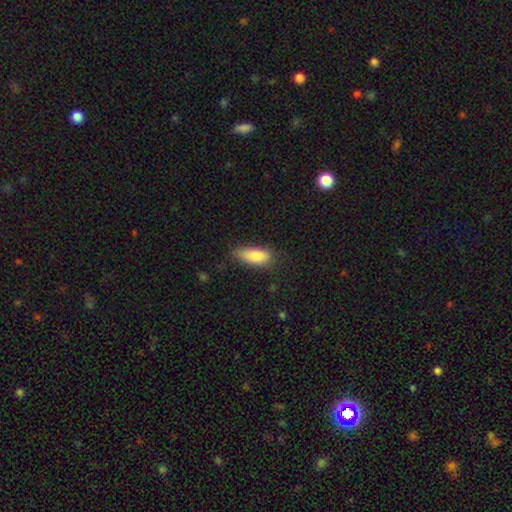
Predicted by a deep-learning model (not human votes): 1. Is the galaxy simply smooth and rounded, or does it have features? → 85% smooth, 8% featured or disk, 7% star or artifact.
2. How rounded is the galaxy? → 74% in between, 23% cigar-shaped, 2% round.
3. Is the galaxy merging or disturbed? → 66% none, 27% minor disturbance, 6% major disturbance, 2% merger.